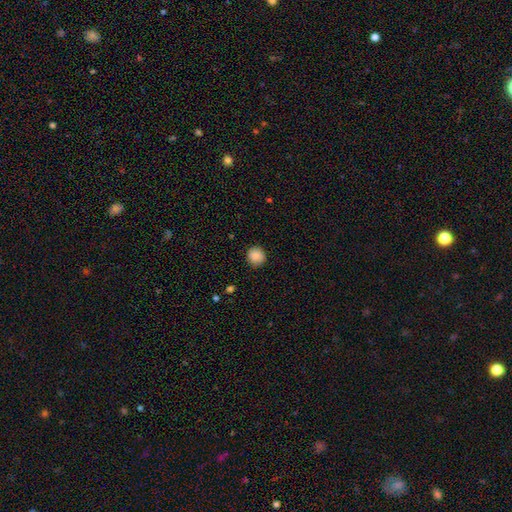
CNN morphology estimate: type=smooth (87%); roundness=round (91%); merging=none (89%).